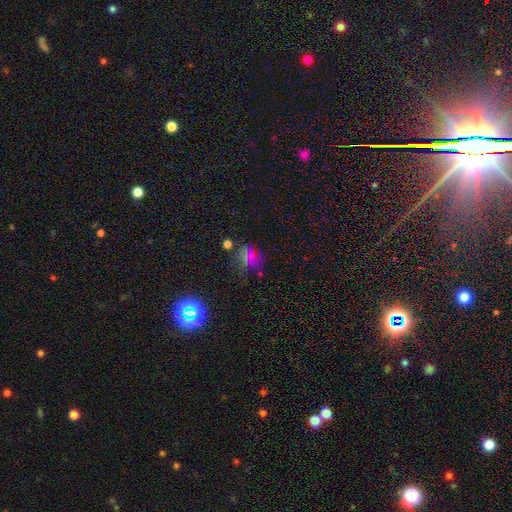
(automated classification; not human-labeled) Smooth or featured?
  - star or artifact: 43% *
  - smooth: 40%
  - featured or disk: 16%